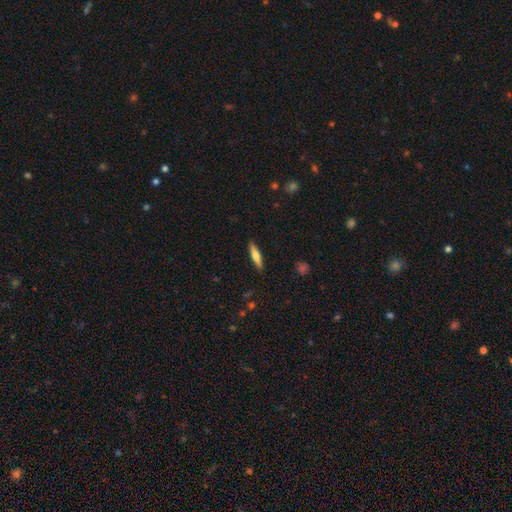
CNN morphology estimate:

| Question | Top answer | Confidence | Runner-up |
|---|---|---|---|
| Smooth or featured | smooth | 57% | featured or disk (37%) |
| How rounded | cigar-shaped | 83% | in between (15%) |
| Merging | none | 90% | minor disturbance (7%) |